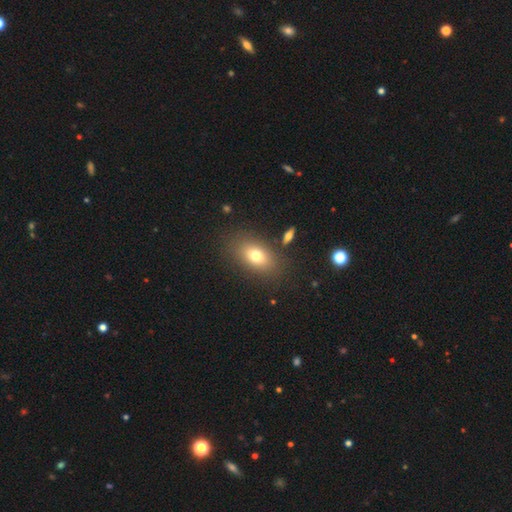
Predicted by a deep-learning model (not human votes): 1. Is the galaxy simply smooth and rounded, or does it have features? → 73% smooth, 15% featured or disk, 12% star or artifact.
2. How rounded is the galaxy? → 82% in between, 15% round, 2% cigar-shaped.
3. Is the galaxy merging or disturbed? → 82% none, 10% minor disturbance, 4% major disturbance, 4% merger.